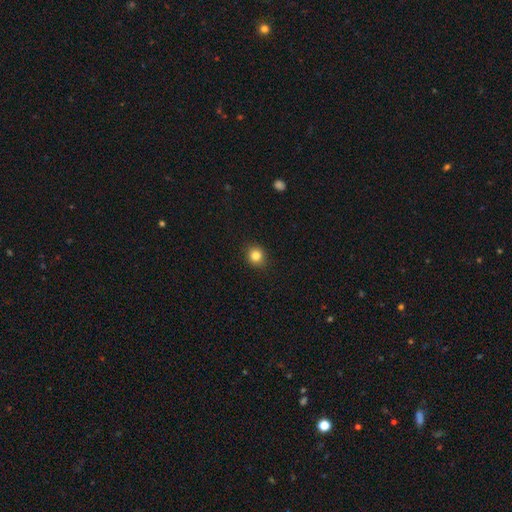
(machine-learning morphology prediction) Overall: smooth (83%). How rounded: round (84%). Merging: none (90%).